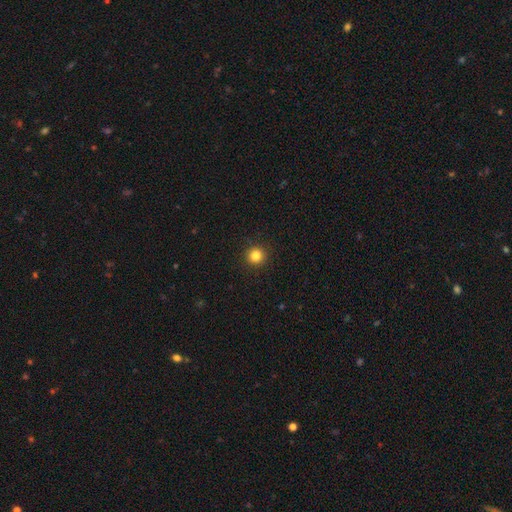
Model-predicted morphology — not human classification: smooth-or-featured: smooth: 83% | star or artifact: 12% | featured or disk: 5%
  how-rounded: round: 95% | in between: 4% | cigar-shaped: 1%
  merging: none: 93% | minor disturbance: 5% | major disturbance: 2% | merger: 1%